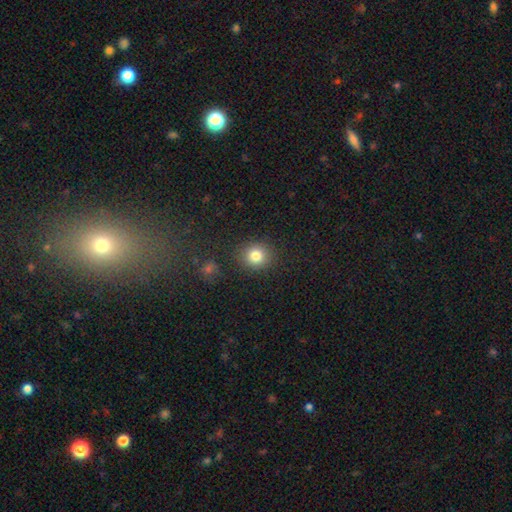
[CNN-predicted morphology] smooth 82%, star or artifact 11%, featured or disk 7%. Down the decision tree: how rounded — round (83%); merging — none (87%).